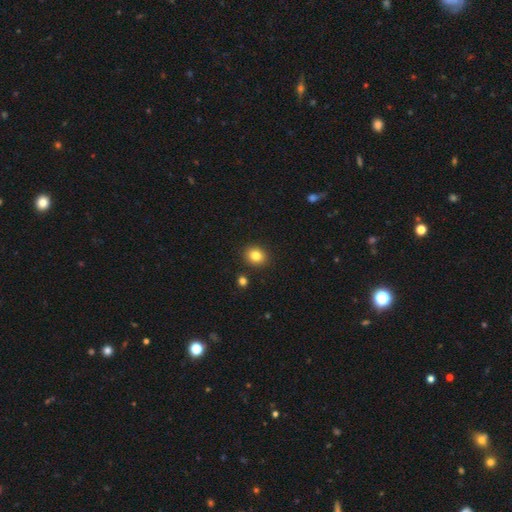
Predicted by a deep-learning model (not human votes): This is clearly a smooth galaxy (83%). How rounded: likely round (65%). Merging: clearly none (89%).